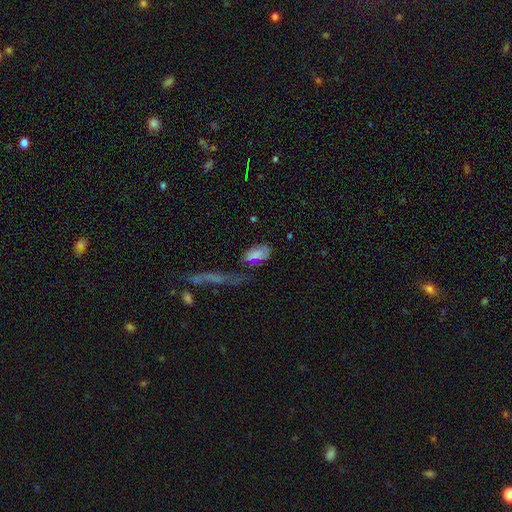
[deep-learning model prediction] This is likely a smooth galaxy (74%). How rounded: clearly in between (90%). Merging: marginally none (43%).